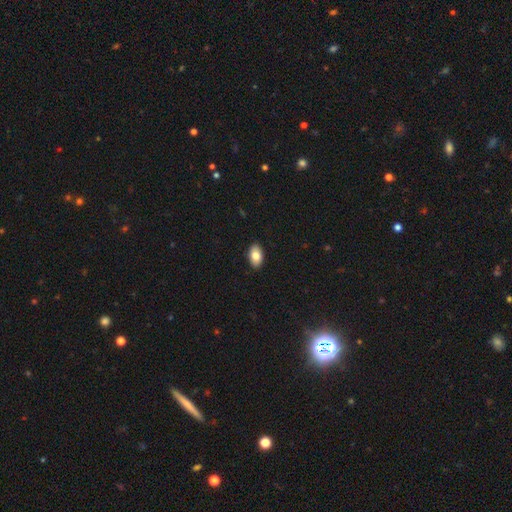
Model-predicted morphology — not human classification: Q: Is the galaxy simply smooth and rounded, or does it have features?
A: smooth — 83%.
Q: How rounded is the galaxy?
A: in between — 94%.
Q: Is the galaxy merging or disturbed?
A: none — 90%.